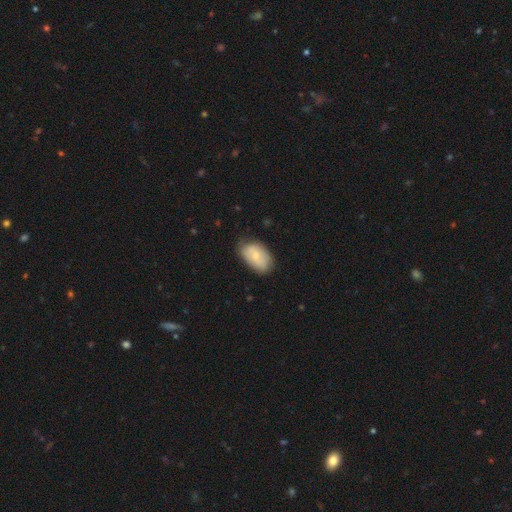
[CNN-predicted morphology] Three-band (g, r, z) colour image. It shows a smooth galaxy with no disk features (68%) that is in between round and cigar-shaped (91%). Merging: none (70%).